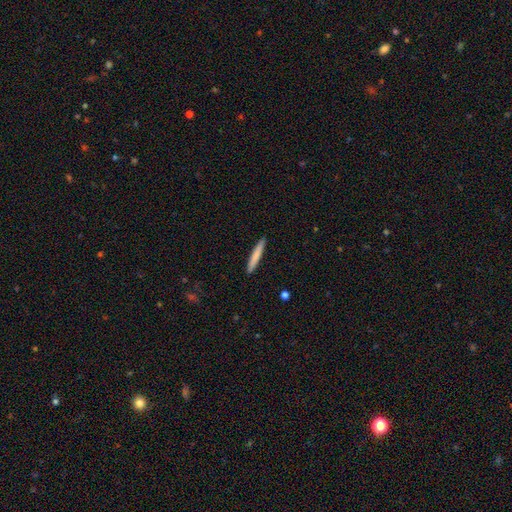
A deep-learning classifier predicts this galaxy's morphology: smooth_or_featured: smooth (p=0.76) [alt: featured or disk p=0.19]
how_rounded: cigar-shaped (p=0.95) [alt: in between p=0.03]
merging: none (p=0.92) [alt: minor disturbance p=0.06]